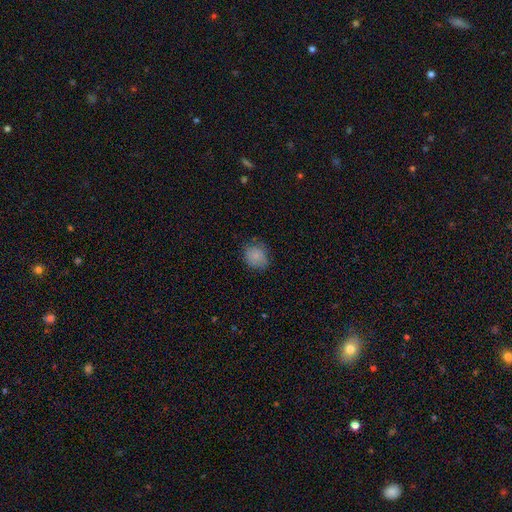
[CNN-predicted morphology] This is clearly a smooth galaxy (82%). How rounded: likely round (67%). Merging: likely none (72%).